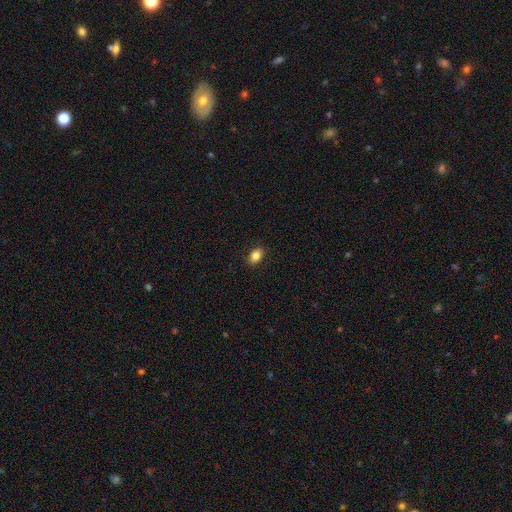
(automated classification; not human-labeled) Q: Smooth or featured?
A: smooth (84%); runner-up: star or artifact (9%)
Q: How rounded?
A: in between (83%); runner-up: round (16%)
Q: Merging?
A: none (88%); runner-up: minor disturbance (9%)